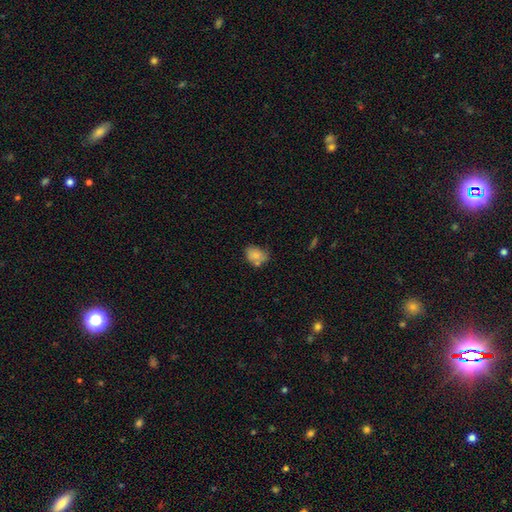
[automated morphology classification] This is likely a smooth galaxy (79%). How rounded: likely in between (68%). Merging: possibly none (52%).